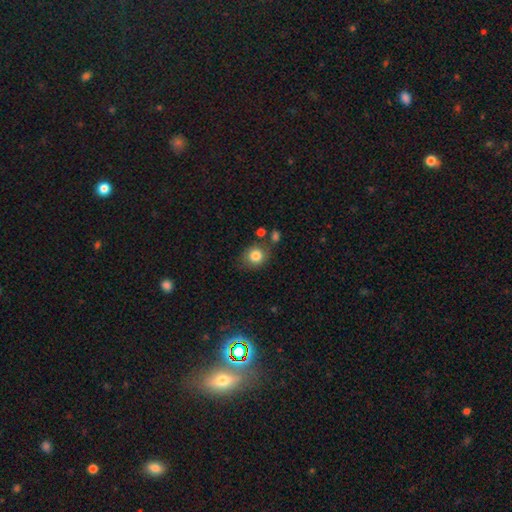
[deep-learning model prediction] Morphology: type=smooth (83%); roundness=round (74%); merging=none (71%).